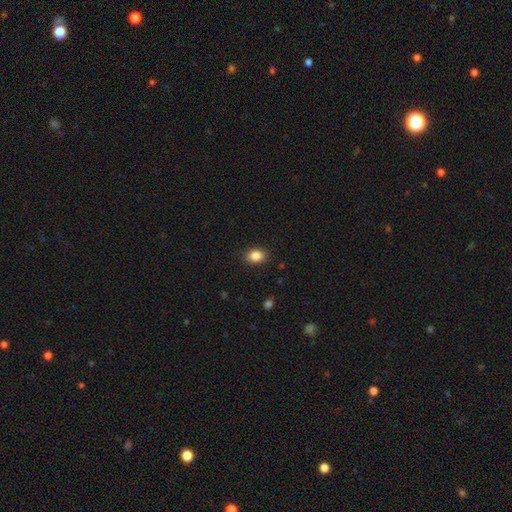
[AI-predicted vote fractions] A smooth galaxy with no disk features (87%) that is in between round and cigar-shaped (73%). Merging: none (88%).